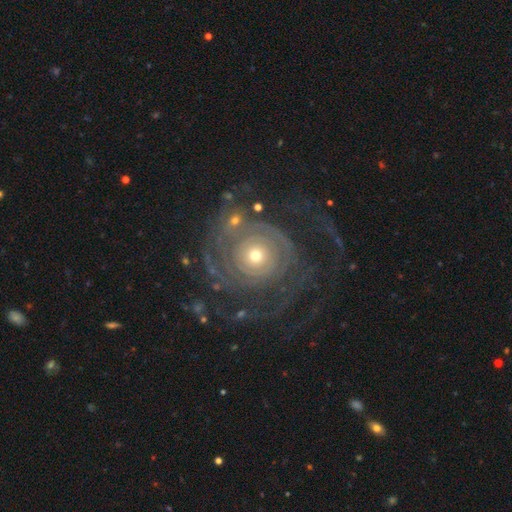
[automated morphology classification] Smooth or featured? Predicted: featured or disk (p=0.85). Edge-on disk? Predicted: no (p=0.97). Bar? Predicted: no (p=0.85). Spiral arms? Predicted: yes (p=0.92). Spiral winding? Predicted: tight (p=0.74). Spiral arm count? Predicted: can't tell (p=0.32). Bulge size? Predicted: small (p=0.51). Merging? Predicted: none (p=0.61).